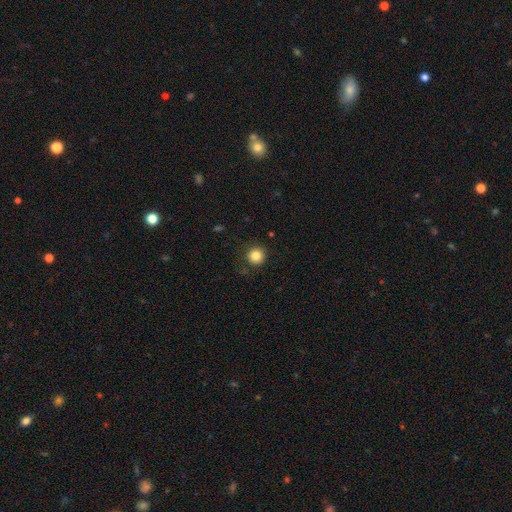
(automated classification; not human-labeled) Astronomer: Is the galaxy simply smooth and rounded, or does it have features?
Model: smooth — 85%.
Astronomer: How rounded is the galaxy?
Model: round — 95%.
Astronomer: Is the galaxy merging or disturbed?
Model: none — 88%.